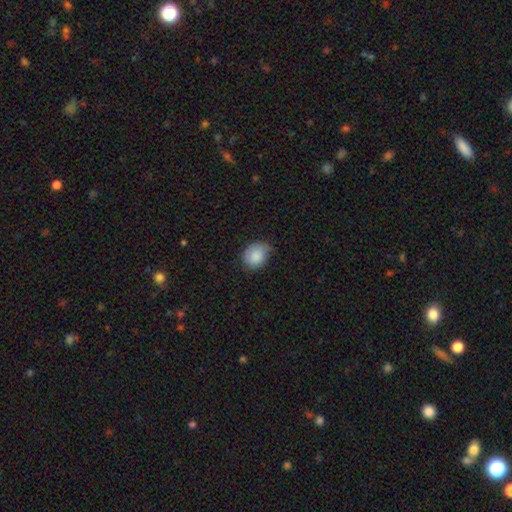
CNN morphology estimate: Q: Smooth or featured?
A: smooth (87%); runner-up: star or artifact (7%)
Q: How rounded?
A: round (51%); runner-up: in between (48%)
Q: Merging?
A: none (59%); runner-up: minor disturbance (34%)